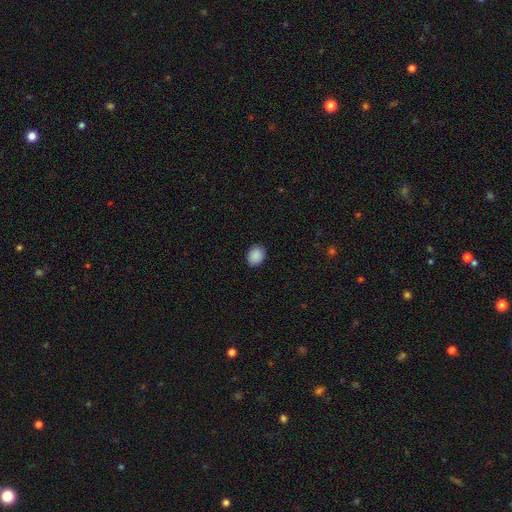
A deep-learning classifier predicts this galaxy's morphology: Q: Smooth or featured?
A: smooth (90%); runner-up: star or artifact (8%)
Q: How rounded?
A: in between (54%); runner-up: round (45%)
Q: Merging?
A: none (89%); runner-up: minor disturbance (8%)